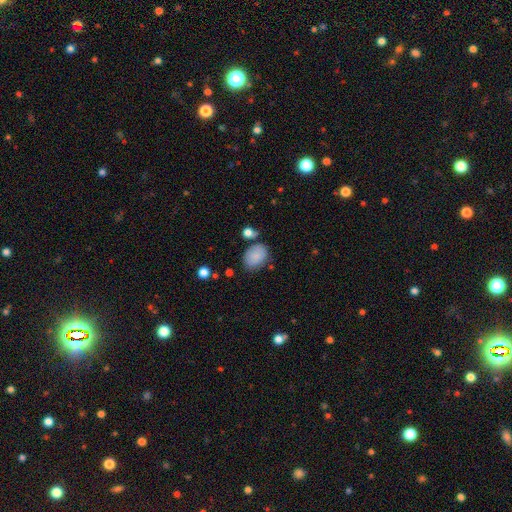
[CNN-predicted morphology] Smooth or featured: smooth — 83% (featured or disk — 9%)
How rounded: in between — 74% (round — 24%)
Merging: none — 68% (minor disturbance — 20%)